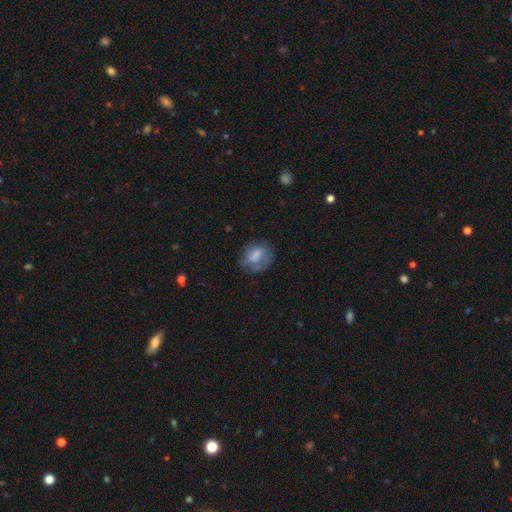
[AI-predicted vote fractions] smooth-or-featured: smooth: 64% | featured or disk: 27% | star or artifact: 9%
  how-rounded: in between: 51% | round: 47% | cigar-shaped: 2%
  merging: none: 59% | minor disturbance: 25% | major disturbance: 14% | merger: 2%